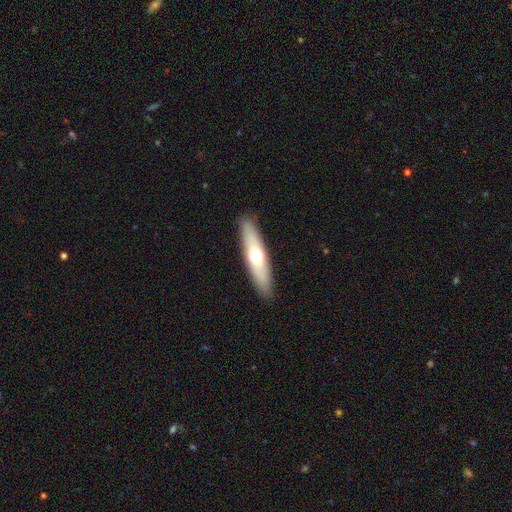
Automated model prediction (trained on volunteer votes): Smooth or featured? smooth (56%)
How rounded? cigar-shaped (74%)
Merging? none (90%)